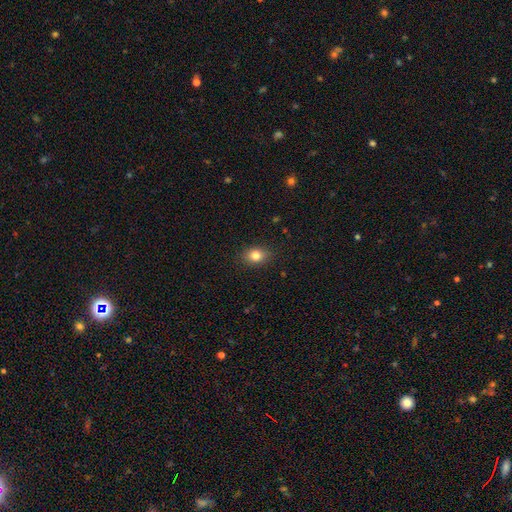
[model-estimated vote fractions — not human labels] Q: Smooth or featured?
A: smooth (81%); runner-up: star or artifact (11%)
Q: How rounded?
A: in between (63%); runner-up: round (36%)
Q: Merging?
A: none (87%); runner-up: minor disturbance (9%)